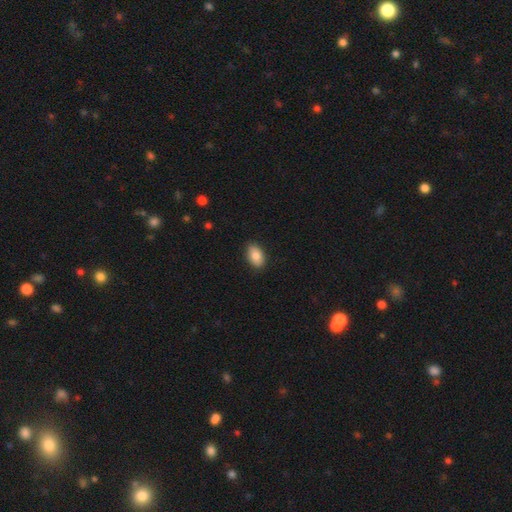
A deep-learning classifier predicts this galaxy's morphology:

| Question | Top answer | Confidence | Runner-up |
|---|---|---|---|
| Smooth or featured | smooth | 85% | featured or disk (8%) |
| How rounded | in between | 91% | round (8%) |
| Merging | none | 88% | minor disturbance (9%) |